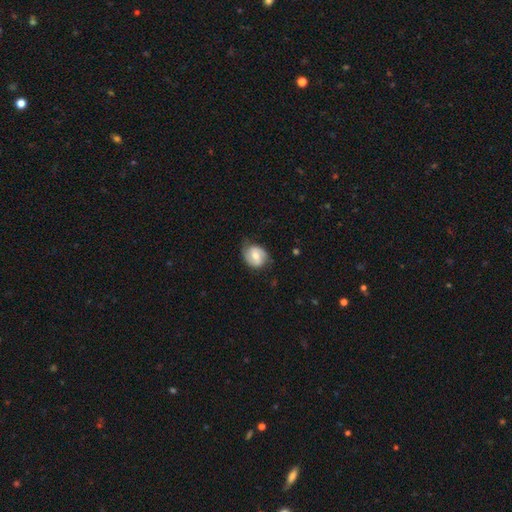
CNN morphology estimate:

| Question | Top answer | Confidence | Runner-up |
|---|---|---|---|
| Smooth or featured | featured or disk | 50% | smooth (44%) |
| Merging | none | 65% | minor disturbance (26%) |